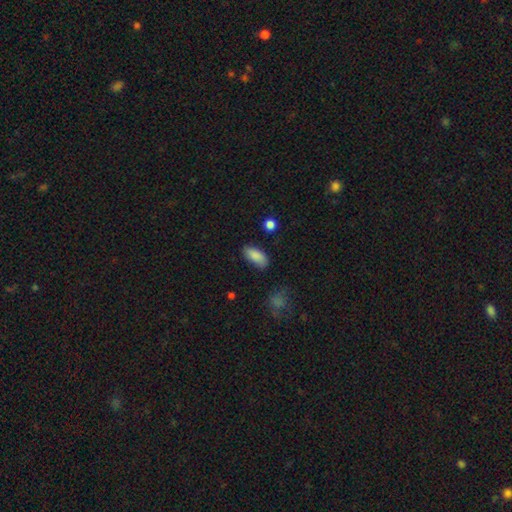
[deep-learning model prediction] Smooth or featured: smooth — 87% (star or artifact — 7%)
How rounded: in between — 90% (cigar-shaped — 7%)
Merging: none — 77% (minor disturbance — 17%)